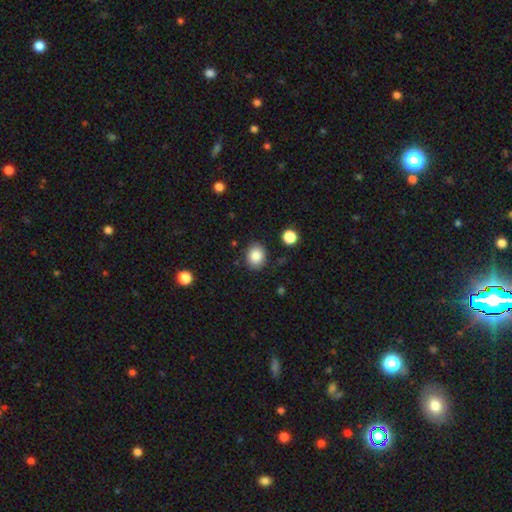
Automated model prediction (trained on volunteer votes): A smooth galaxy with no disk features (86%) that is round (57%).

Vote fractions:
- Smooth or featured? smooth: 86% / star or artifact: 9% / featured or disk: 6%
- How rounded? round: 57% / in between: 43% / cigar-shaped: 1%
- Merging? none: 85% / minor disturbance: 10% / major disturbance: 3% / merger: 2%